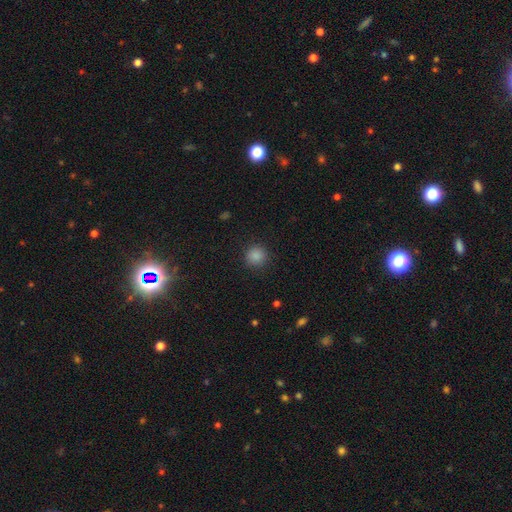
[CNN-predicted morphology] Q: Smooth or featured?
A: smooth (86%); runner-up: star or artifact (11%)
Q: How rounded?
A: round (93%); runner-up: in between (6%)
Q: Merging?
A: none (90%); runner-up: minor disturbance (7%)